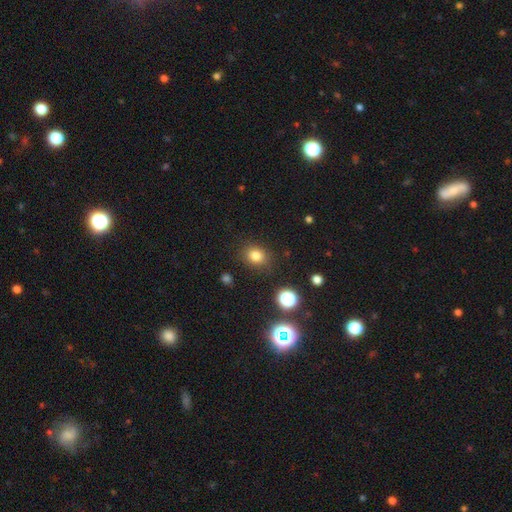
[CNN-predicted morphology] type=smooth (80%); roundness=round (60%); merging=none (83%).